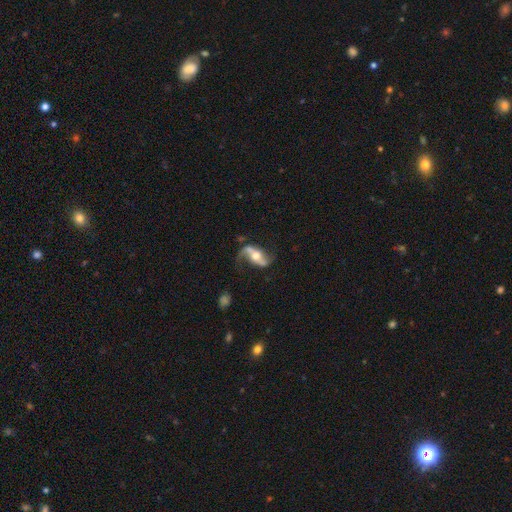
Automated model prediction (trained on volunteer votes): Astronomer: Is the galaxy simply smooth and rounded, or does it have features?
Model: featured or disk — 84%.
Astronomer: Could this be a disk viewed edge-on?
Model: no — 93%.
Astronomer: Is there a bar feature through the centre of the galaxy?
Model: no — 37% (runner-up: strong, 34%).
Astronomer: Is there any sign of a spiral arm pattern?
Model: yes — 93%.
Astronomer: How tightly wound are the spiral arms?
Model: loose — 77%.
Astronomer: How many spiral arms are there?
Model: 2 — 91%.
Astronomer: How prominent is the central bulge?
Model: moderate — 67%.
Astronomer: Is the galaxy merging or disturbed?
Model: none — 66%.